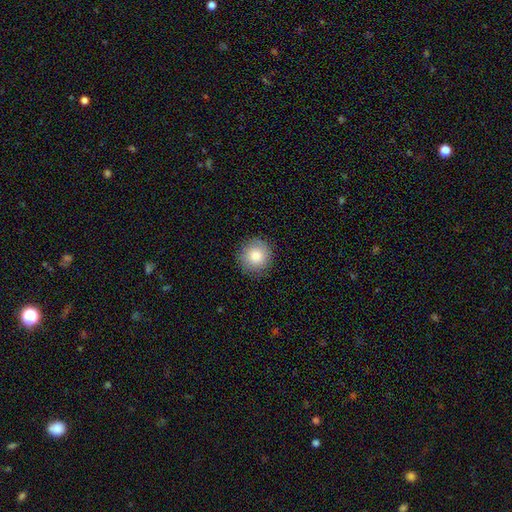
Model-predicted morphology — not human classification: smooth-or-featured: smooth: 83% | star or artifact: 9% | featured or disk: 8%
  how-rounded: round: 93% | in between: 6% | cigar-shaped: 1%
  merging: none: 89% | minor disturbance: 8% | major disturbance: 2% | merger: 1%